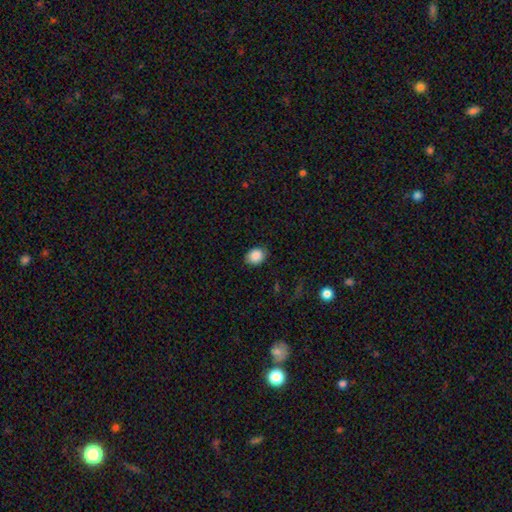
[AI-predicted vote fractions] This is clearly a smooth galaxy (87%). How rounded: possibly in between (50%). Merging: clearly none (83%).